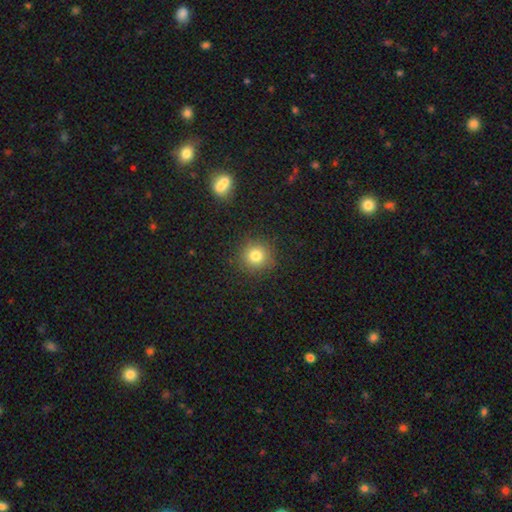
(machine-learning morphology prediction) A smooth galaxy with no disk features (79%) that is round (93%).

Vote fractions:
- Smooth or featured? smooth: 79% / star or artifact: 14% / featured or disk: 7%
- How rounded? round: 93% / in between: 6% / cigar-shaped: 1%
- Merging? none: 89% / minor disturbance: 7% / major disturbance: 3% / merger: 1%